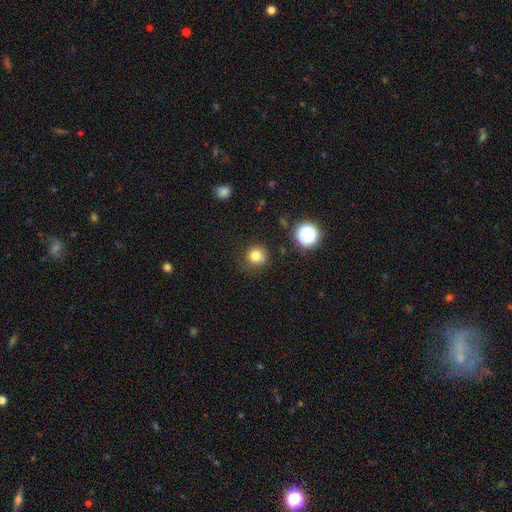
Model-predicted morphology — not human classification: smooth 79%, star or artifact 14%, featured or disk 7%. Down the decision tree: how rounded — round (90%); merging — none (77%).